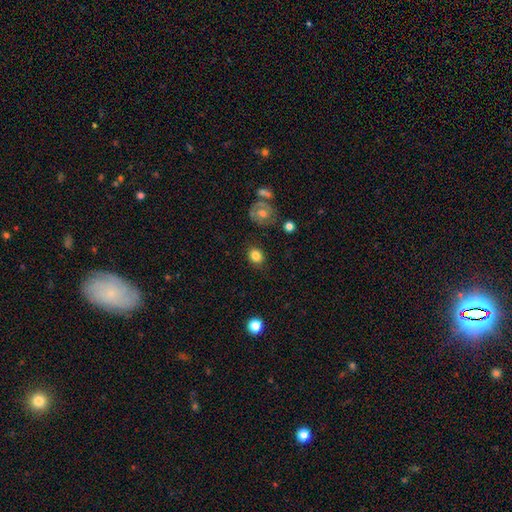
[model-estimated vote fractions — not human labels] Smooth or featured?
  - smooth: 81% *
  - star or artifact: 10%
  - featured or disk: 8%
How rounded?
  - round: 59% *
  - in between: 40%
  - cigar-shaped: 1%
Merging?
  - none: 83% *
  - minor disturbance: 11%
  - major disturbance: 3%
  - merger: 3%